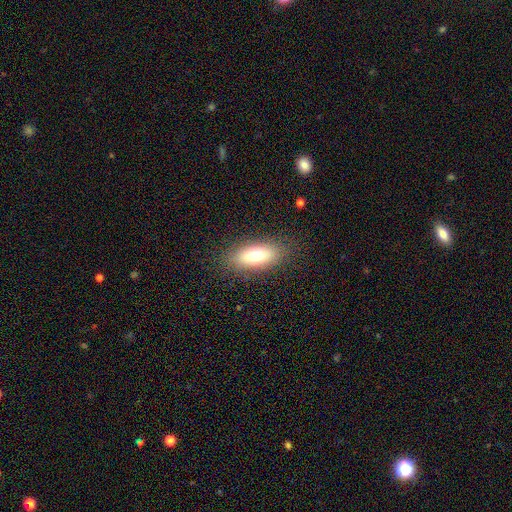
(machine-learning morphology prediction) This appears to be a smooth galaxy with no disk features (72%) that is in between round and cigar-shaped (80%). Merging: none (85%).